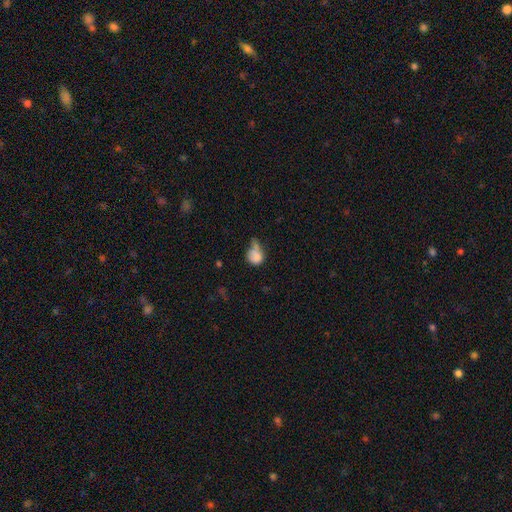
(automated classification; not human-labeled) smooth_or_featured: smooth (p=0.77) [alt: featured or disk p=0.13]
how_rounded: round (p=0.55) [alt: in between p=0.43]
merging: minor disturbance (p=0.30) [alt: none p=0.26]